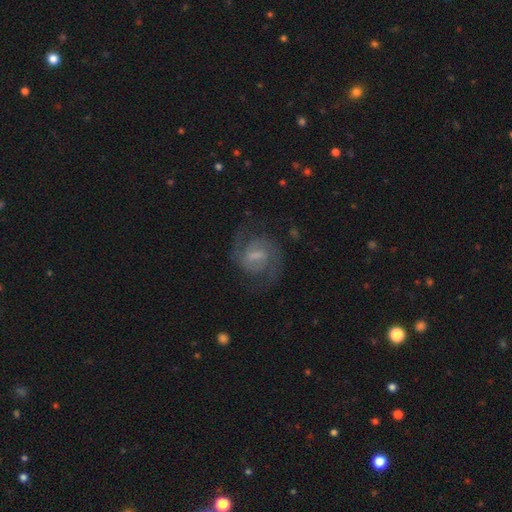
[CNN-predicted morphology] smooth-or-featured: featured or disk: 85% | smooth: 9% | star or artifact: 6%
  disk-edge-on: no: 98% | yes: 2%
    bar: weak: 58% | strong: 24% | no: 17%
    has-spiral-arms: yes: 97% | no: 3%
      spiral-winding: medium: 58% | tight: 25% | loose: 17%
      spiral-arm-count: 2: 90% | can't tell: 4% | 3: 2% | 1: 1% | 4: 1% | more than 4: 1%
    bulge-size: small: 39% | moderate: 29% | none: 24% | large: 6% | dominant: 1%
  merging: none: 76% | minor disturbance: 14% | major disturbance: 9% | merger: 1%